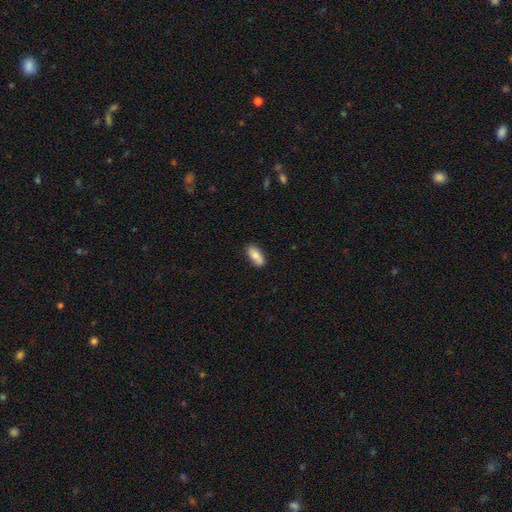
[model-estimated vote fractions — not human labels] smooth_or_featured: smooth (p=0.83) [alt: featured or disk p=0.11]
how_rounded: in between (p=0.85) [alt: cigar-shaped p=0.13]
merging: none (p=0.85) [alt: minor disturbance p=0.12]